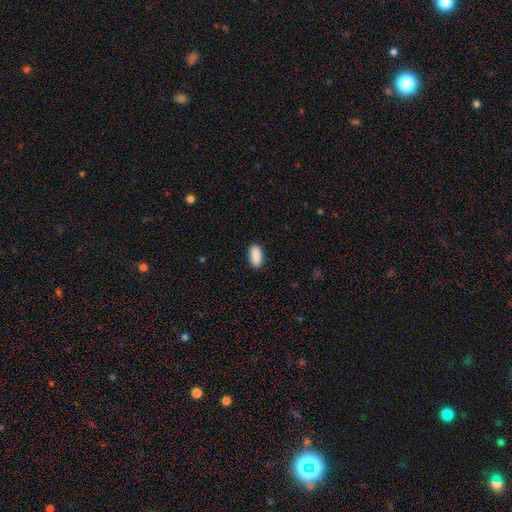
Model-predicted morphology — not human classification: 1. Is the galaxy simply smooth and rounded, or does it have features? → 91% smooth, 6% star or artifact, 3% featured or disk.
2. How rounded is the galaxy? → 91% in between, 7% cigar-shaped, 2% round.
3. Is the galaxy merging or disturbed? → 90% none, 7% minor disturbance, 2% major disturbance, 1% merger.